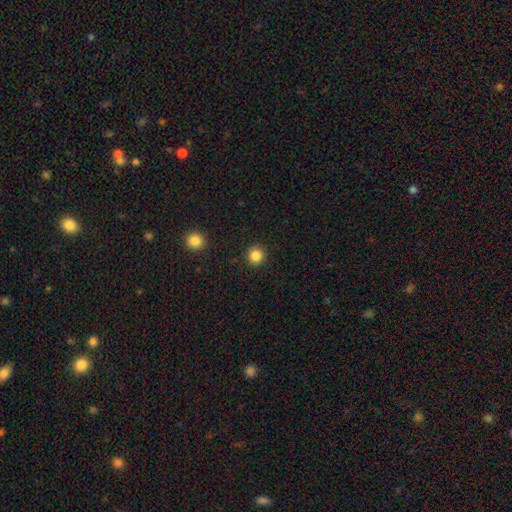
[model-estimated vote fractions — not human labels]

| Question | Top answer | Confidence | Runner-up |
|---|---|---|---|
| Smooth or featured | smooth | 85% | star or artifact (11%) |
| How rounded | round | 94% | in between (5%) |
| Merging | none | 92% | minor disturbance (5%) |